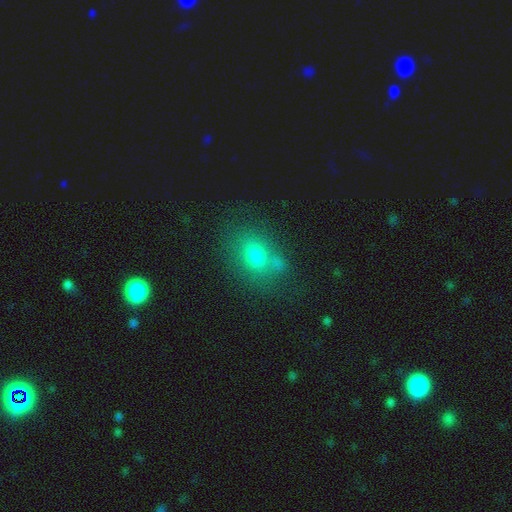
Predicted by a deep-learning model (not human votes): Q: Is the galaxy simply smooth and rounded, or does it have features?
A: smooth — 69%.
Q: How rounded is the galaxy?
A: in between — 56%.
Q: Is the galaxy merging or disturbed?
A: none — 63%.